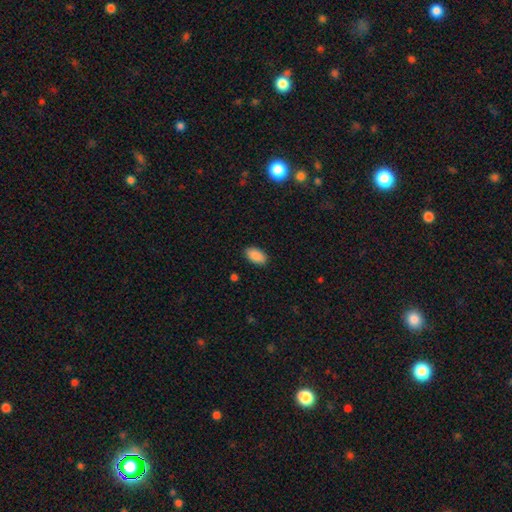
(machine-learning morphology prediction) Smooth or featured? smooth (90%)
How rounded? in between (94%)
Merging? none (88%)